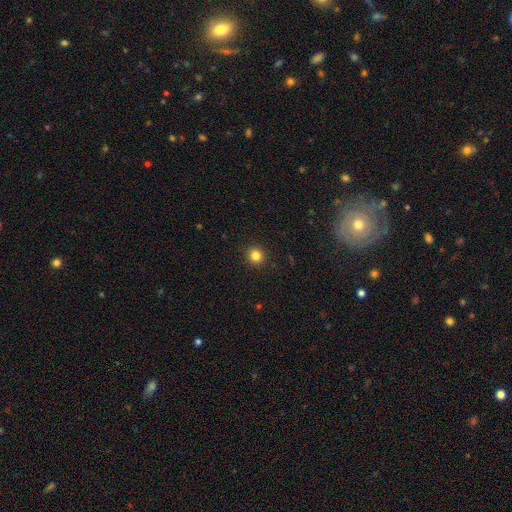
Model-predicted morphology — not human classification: Overall: smooth (83%). How rounded: round (91%). Merging: none (93%).